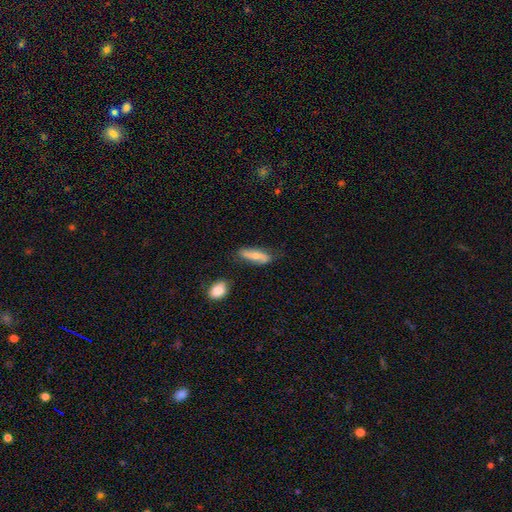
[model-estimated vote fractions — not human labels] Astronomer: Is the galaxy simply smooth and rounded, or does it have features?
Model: smooth — 53% (runner-up: featured or disk, 40%).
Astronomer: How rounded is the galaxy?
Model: in between — 53% (runner-up: cigar-shaped, 43%).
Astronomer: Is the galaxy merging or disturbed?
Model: none — 70%.